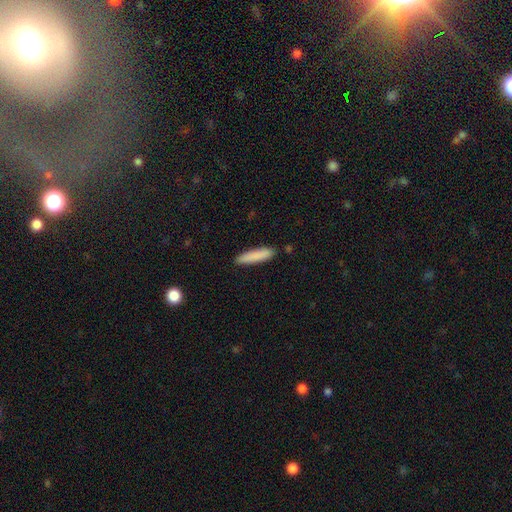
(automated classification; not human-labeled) Overall: smooth (86%). How rounded: cigar-shaped (83%). Merging: none (89%).